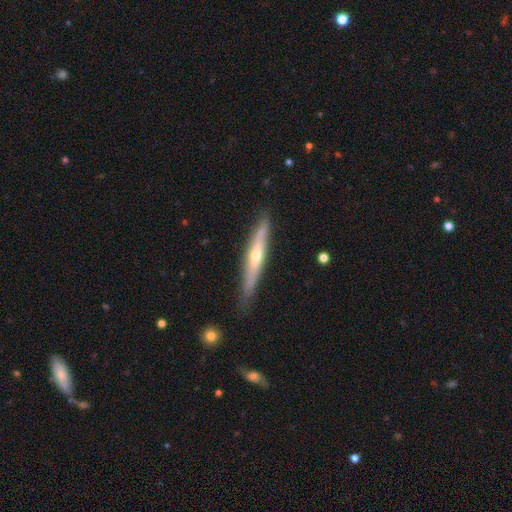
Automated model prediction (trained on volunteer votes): The model was most divided on "smooth or featured": featured or disk: 61%, smooth: 34%, star or artifact: 5%. More confident: edge-on disk — yes (90%); merging — none (83%); edge-on bulge — rounded (78%).